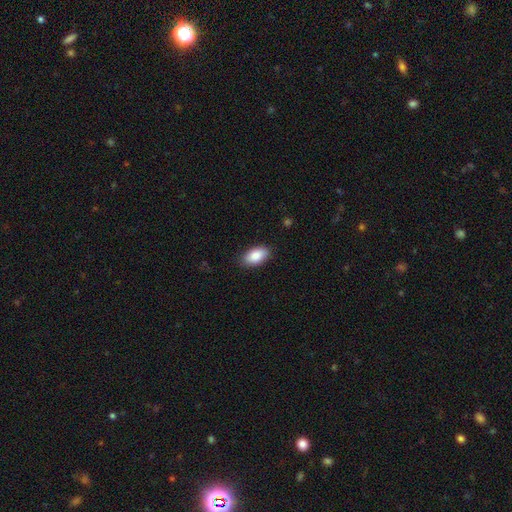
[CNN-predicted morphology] This is clearly a smooth galaxy (88%). How rounded: clearly in between (94%). Merging: clearly none (87%).